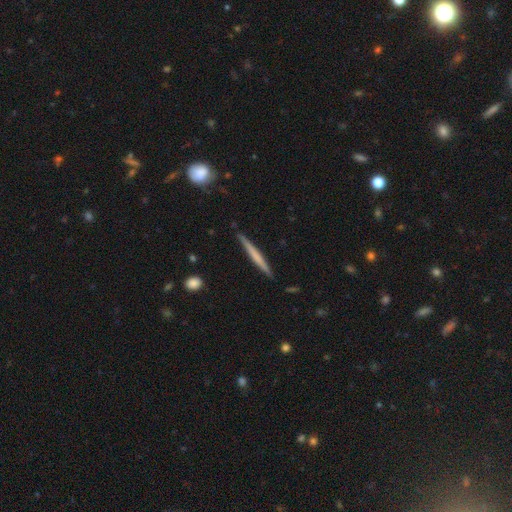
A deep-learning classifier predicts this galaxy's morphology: This appears to be a smooth galaxy with no disk features (49%). Merging: none (90%).